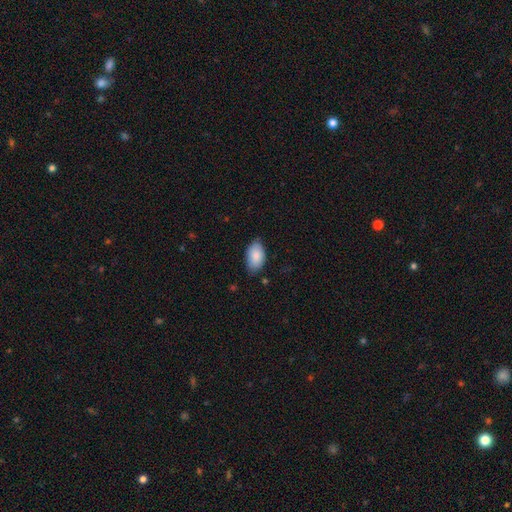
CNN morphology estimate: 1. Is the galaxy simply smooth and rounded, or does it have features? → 87% smooth, 7% featured or disk, 6% star or artifact.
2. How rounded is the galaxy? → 94% in between, 5% round, 1% cigar-shaped.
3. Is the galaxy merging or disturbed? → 76% none, 20% minor disturbance, 3% major disturbance, 1% merger.